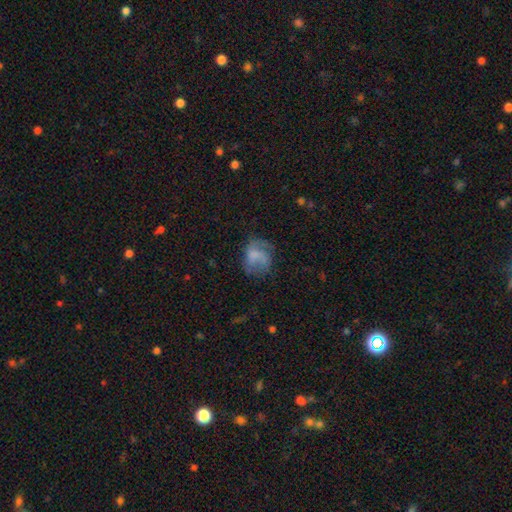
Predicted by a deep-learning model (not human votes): smooth 53%, featured or disk 36%, star or artifact 11%. Down the decision tree: how rounded — round (56%); merging — none (45%).